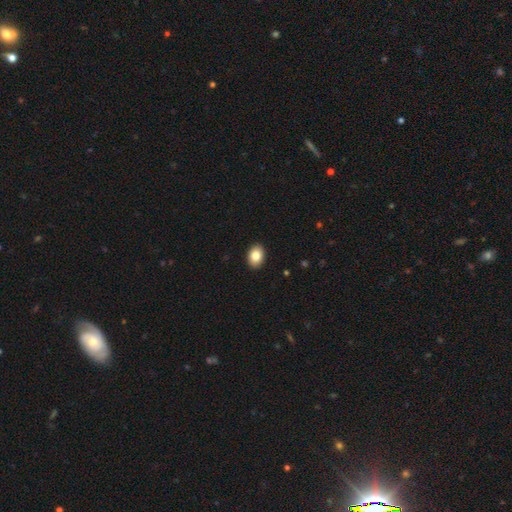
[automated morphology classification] smooth-or-featured: smooth: 84% | featured or disk: 8% | star or artifact: 7%
  how-rounded: in between: 80% | round: 19% | cigar-shaped: 1%
  merging: none: 92% | minor disturbance: 6% | major disturbance: 1% | merger: 1%